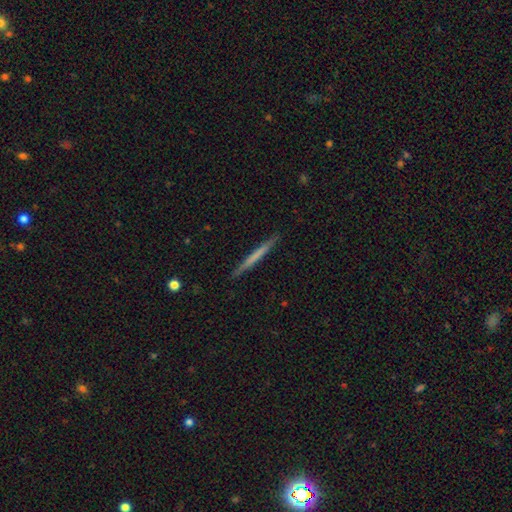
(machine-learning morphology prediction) This is possibly a smooth galaxy (54%). How rounded: clearly cigar-shaped (97%). Merging: clearly none (92%).